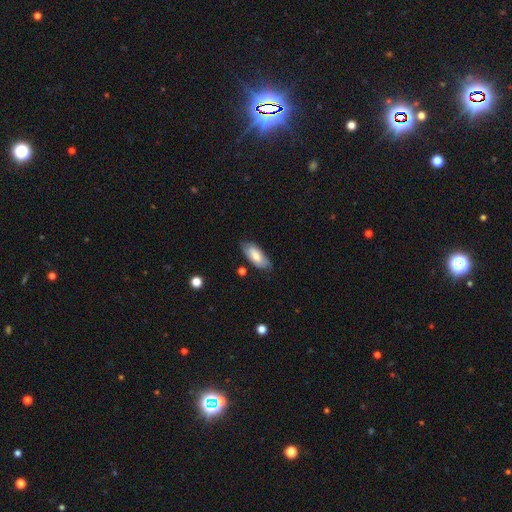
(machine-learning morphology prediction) Smooth or featured: smooth — 67% (featured or disk — 26%)
How rounded: in between — 87% (cigar-shaped — 11%)
Merging: none — 77% (minor disturbance — 18%)